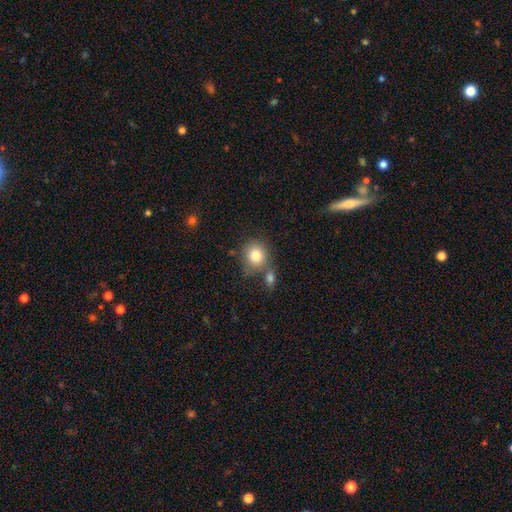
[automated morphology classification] Q: Smooth or featured?
A: smooth (82%); runner-up: featured or disk (9%)
Q: How rounded?
A: round (79%); runner-up: in between (20%)
Q: Merging?
A: none (57%); runner-up: merger (24%)